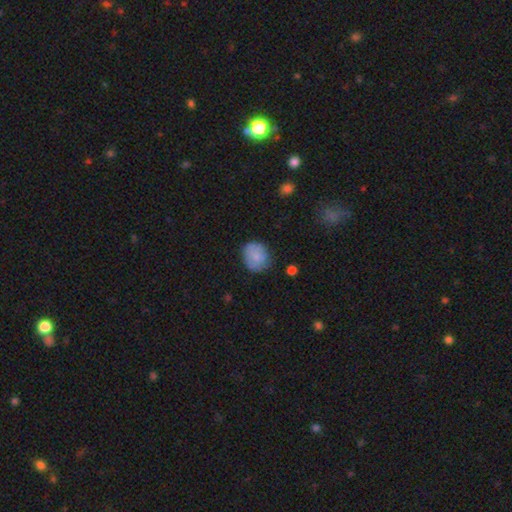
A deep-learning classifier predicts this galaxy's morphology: A smooth galaxy with no disk features (74%) that is round (71%). Merging: none (67%).